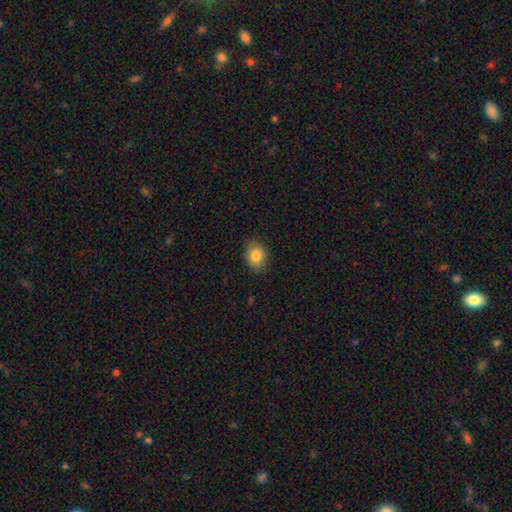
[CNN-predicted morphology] smooth_or_featured: smooth (p=0.84) [alt: star or artifact p=0.09]
how_rounded: in between (p=0.61) [alt: round p=0.38]
merging: none (p=0.82) [alt: minor disturbance p=0.14]